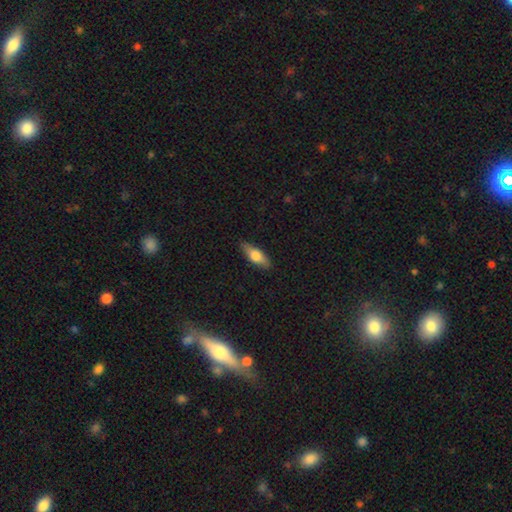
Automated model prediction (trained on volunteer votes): Q: Smooth or featured?
A: smooth (68%); runner-up: featured or disk (26%)
Q: How rounded?
A: in between (67%); runner-up: cigar-shaped (30%)
Q: Merging?
A: none (83%); runner-up: minor disturbance (14%)